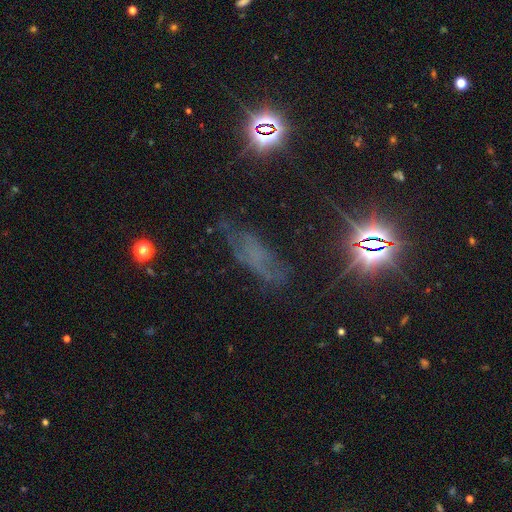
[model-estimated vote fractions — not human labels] The model was most divided on "smooth or featured": star or artifact: 36%, featured or disk: 34%, smooth: 30%.